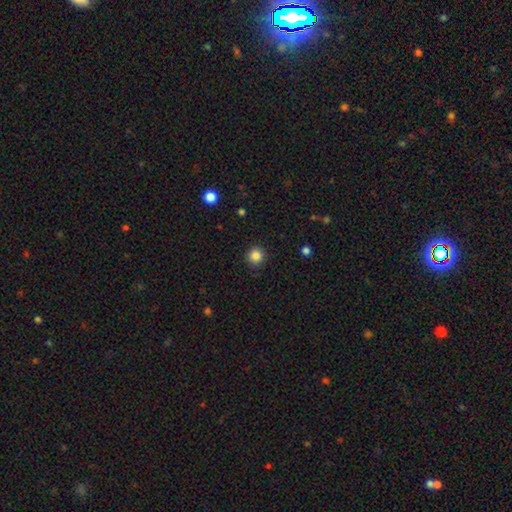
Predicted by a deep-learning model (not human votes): Morphology: type=smooth (85%); roundness=round (95%); merging=none (90%).